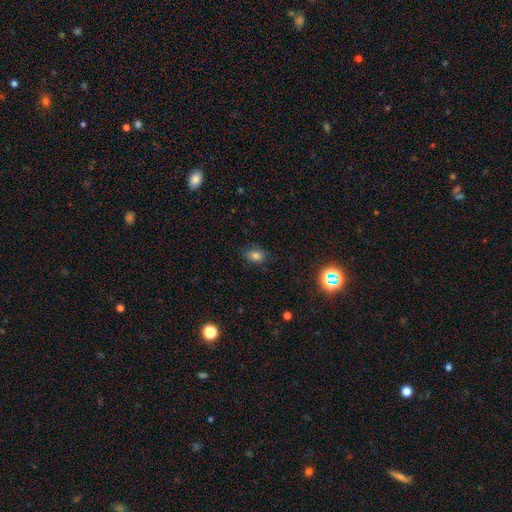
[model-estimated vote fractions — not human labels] Overall: smooth (78%). How rounded: in between (76%). Merging: none (80%).